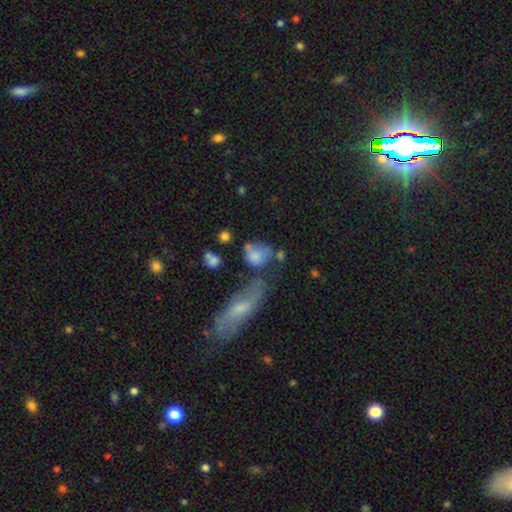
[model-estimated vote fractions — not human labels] The model was most divided on "how rounded": in between: 52%, round: 45%, cigar-shaped: 4%. Remaining: smooth or featured — smooth (73%); merging — none (35%).